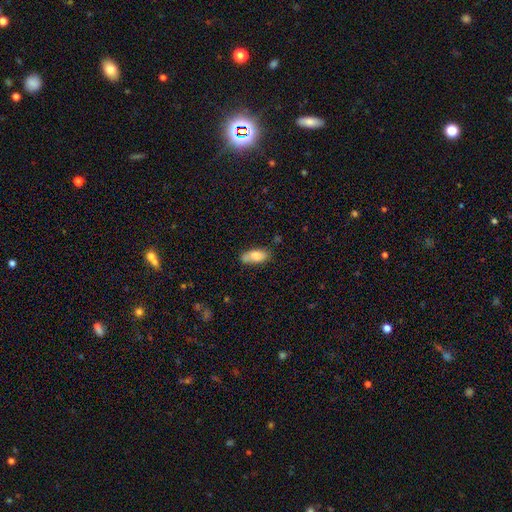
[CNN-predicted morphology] This appears to be a smooth galaxy with no disk features (80%) that is in between round and cigar-shaped (82%). Merging: none (58%).